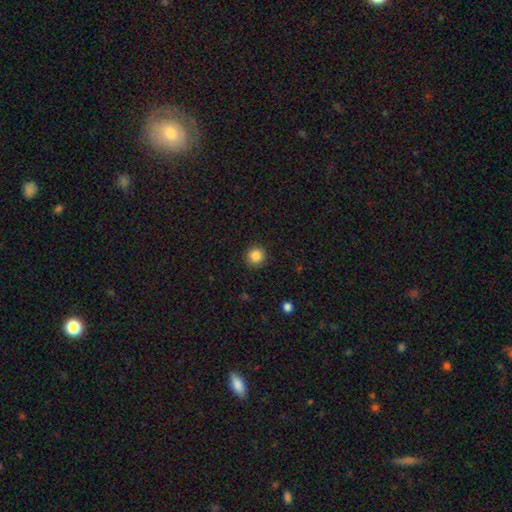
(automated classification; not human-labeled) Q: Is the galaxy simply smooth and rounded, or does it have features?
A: smooth — 86%.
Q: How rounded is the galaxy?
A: round — 94%.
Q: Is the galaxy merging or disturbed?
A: none — 91%.